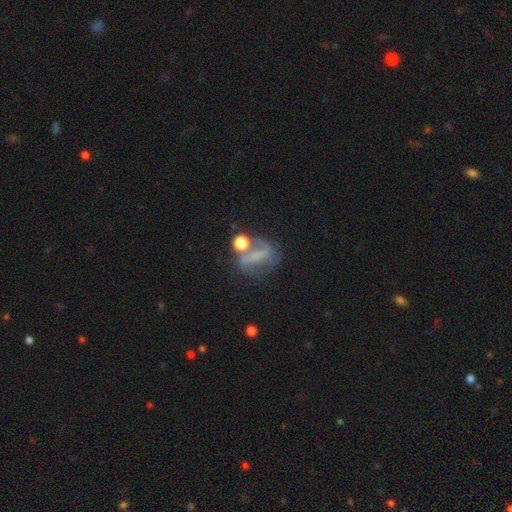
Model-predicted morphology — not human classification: Smooth or featured? Predicted: featured or disk (p=0.52). Edge-on disk? Predicted: no (p=0.89). Merging? Predicted: none (p=0.41).